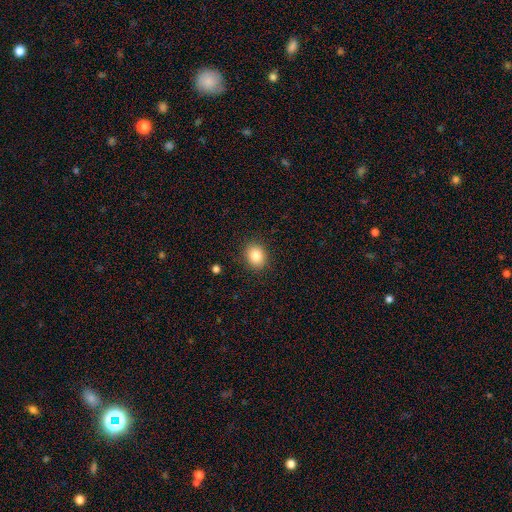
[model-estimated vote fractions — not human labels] Smooth or featured?
  - smooth: 85% *
  - star or artifact: 9%
  - featured or disk: 6%
How rounded?
  - round: 57% *
  - in between: 42%
  - cigar-shaped: 1%
Merging?
  - none: 89% *
  - minor disturbance: 7%
  - major disturbance: 2%
  - merger: 1%